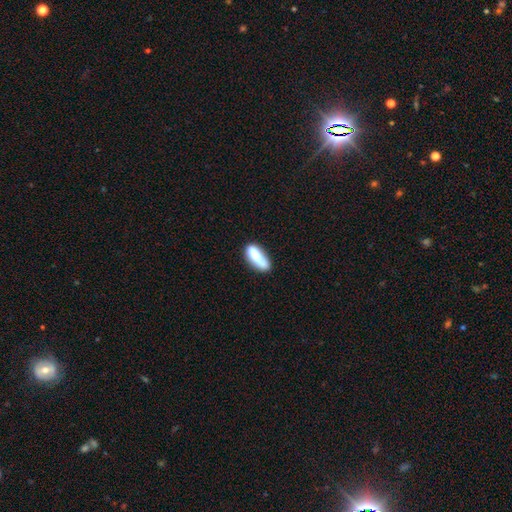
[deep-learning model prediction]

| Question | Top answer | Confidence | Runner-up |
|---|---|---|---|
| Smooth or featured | smooth | 73% | featured or disk (20%) |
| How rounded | in between | 54% | cigar-shaped (44%) |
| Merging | none | 58% | minor disturbance (24%) |